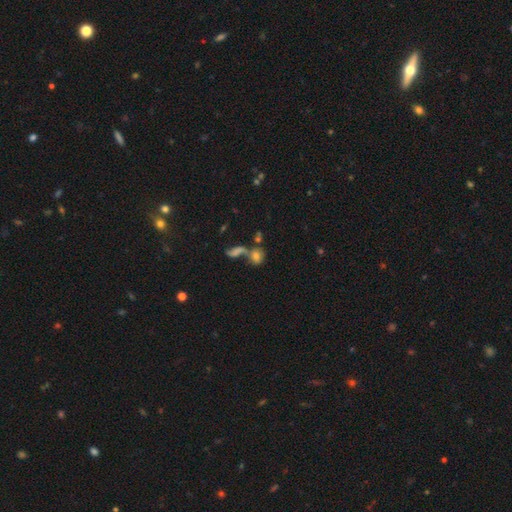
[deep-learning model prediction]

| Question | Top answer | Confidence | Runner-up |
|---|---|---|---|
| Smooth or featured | smooth | 65% | featured or disk (20%) |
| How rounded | in between | 53% | round (42%) |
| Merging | merger | 52% | none (30%) |